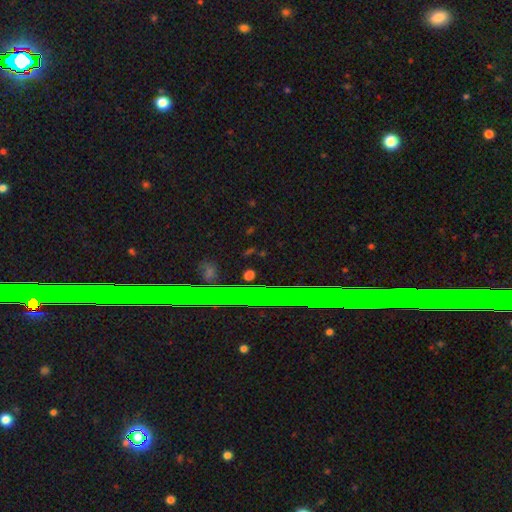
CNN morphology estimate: Smooth or featured? Predicted: star or artifact (p=0.75).